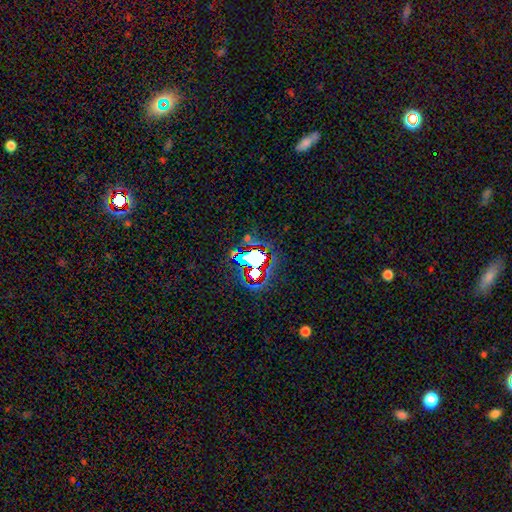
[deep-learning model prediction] A star or artifact, not a galaxy (64%).

Vote fractions:
- Smooth or featured? star or artifact: 64% / smooth: 22% / featured or disk: 14%